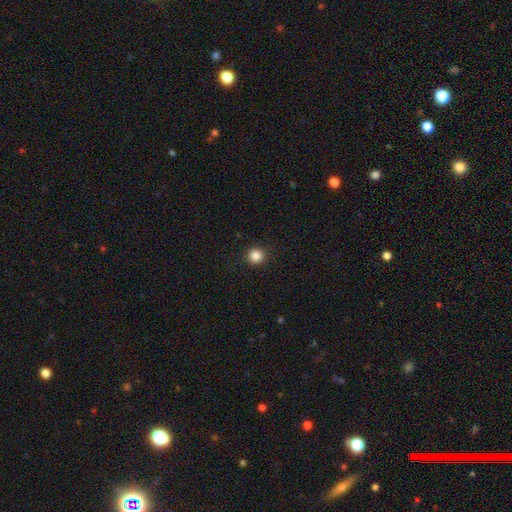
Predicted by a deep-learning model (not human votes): Smooth or featured? smooth (86%)
How rounded? round (92%)
Merging? none (91%)